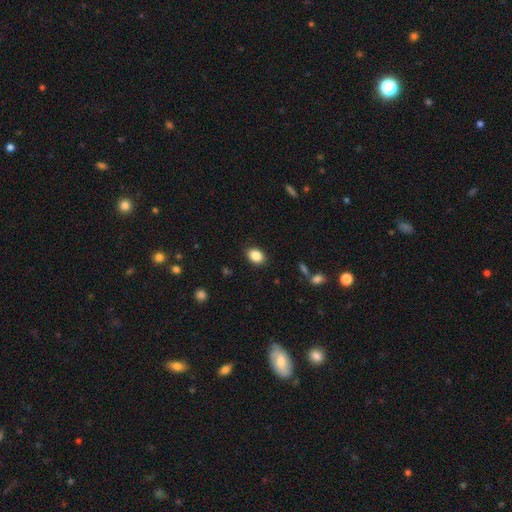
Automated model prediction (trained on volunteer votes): Smooth or featured: smooth — 87% (star or artifact — 9%)
How rounded: in between — 71% (round — 28%)
Merging: none — 88% (minor disturbance — 9%)